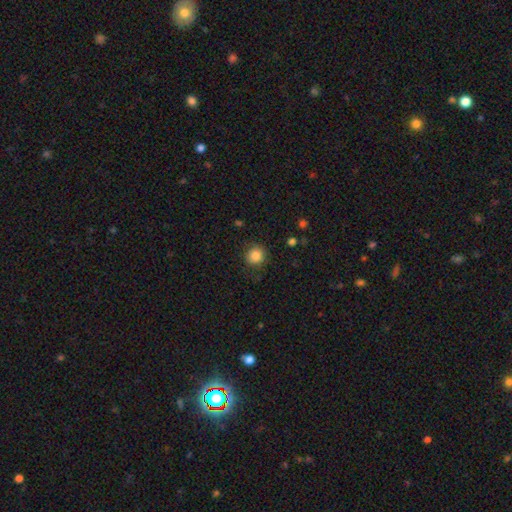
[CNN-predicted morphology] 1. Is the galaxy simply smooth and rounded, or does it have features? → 85% smooth, 10% star or artifact, 5% featured or disk.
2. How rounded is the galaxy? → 91% round, 8% in between, 1% cigar-shaped.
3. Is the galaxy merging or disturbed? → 84% none, 11% minor disturbance, 4% major disturbance, 1% merger.